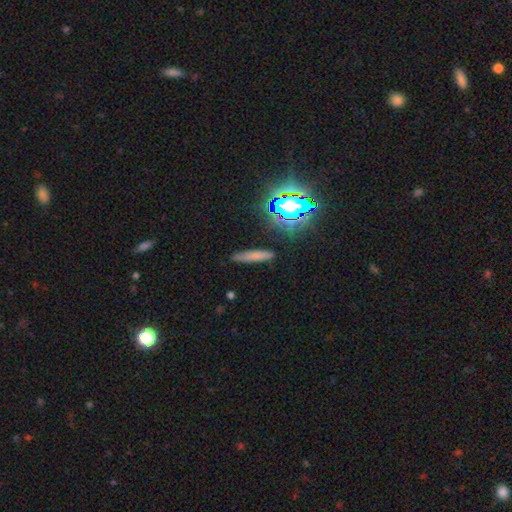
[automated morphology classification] This is likely a smooth galaxy (65%). How rounded: clearly cigar-shaped (86%). Merging: clearly none (84%).